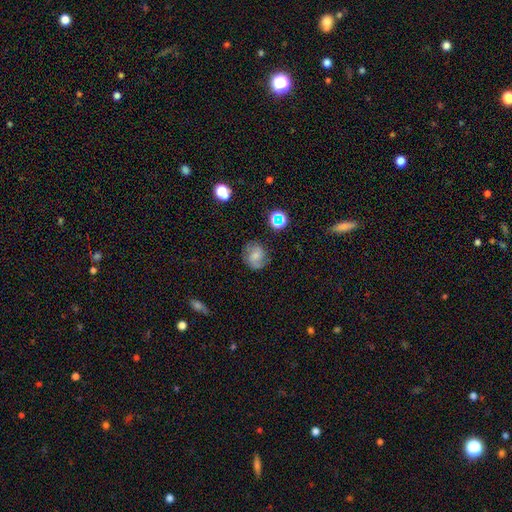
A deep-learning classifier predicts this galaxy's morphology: Smooth or featured? Predicted: featured or disk (p=0.50). Merging? Predicted: none (p=0.73).